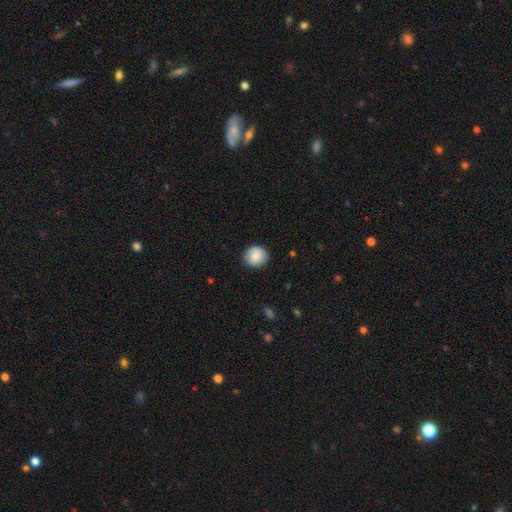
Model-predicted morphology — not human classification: smooth-or-featured: smooth: 82% | featured or disk: 10% | star or artifact: 7%
  how-rounded: round: 89% | in between: 10% | cigar-shaped: 1%
  merging: none: 87% | minor disturbance: 10% | major disturbance: 2% | merger: 1%